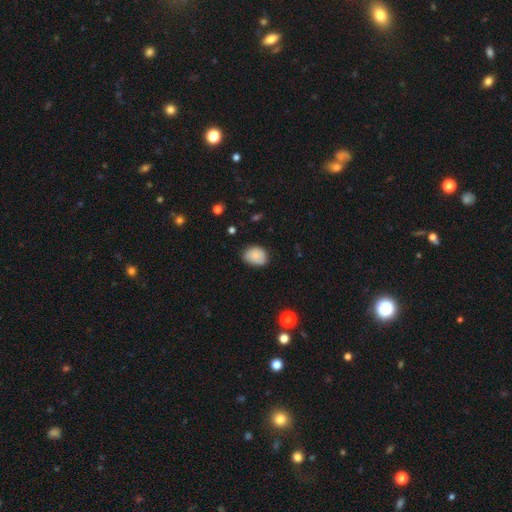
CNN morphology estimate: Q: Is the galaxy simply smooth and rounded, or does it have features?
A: smooth — 79%.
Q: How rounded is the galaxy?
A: in between — 67%.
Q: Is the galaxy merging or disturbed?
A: none — 65%.